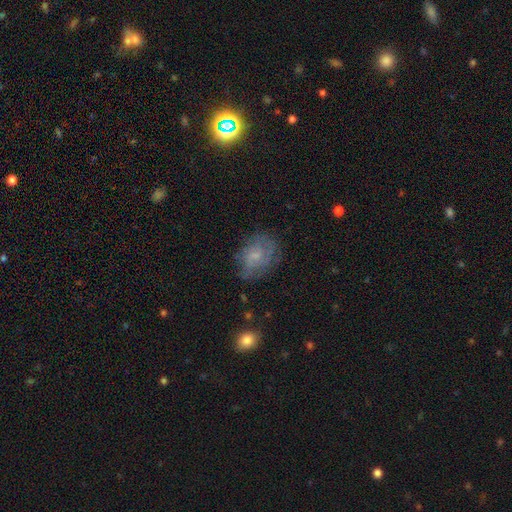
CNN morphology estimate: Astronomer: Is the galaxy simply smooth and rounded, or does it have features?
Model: smooth — 46% (runner-up: featured or disk, 44%).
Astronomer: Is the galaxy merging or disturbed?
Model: none — 58%.